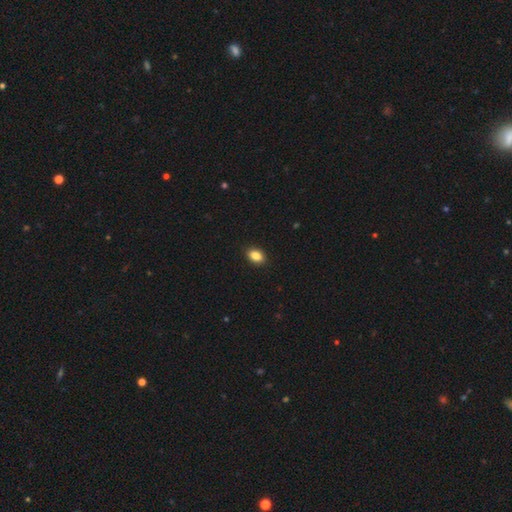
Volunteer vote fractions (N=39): Smooth or featured? 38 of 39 (97%) said smooth. How rounded? 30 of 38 (79%) said in between. Merging? 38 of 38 (100%) said none.